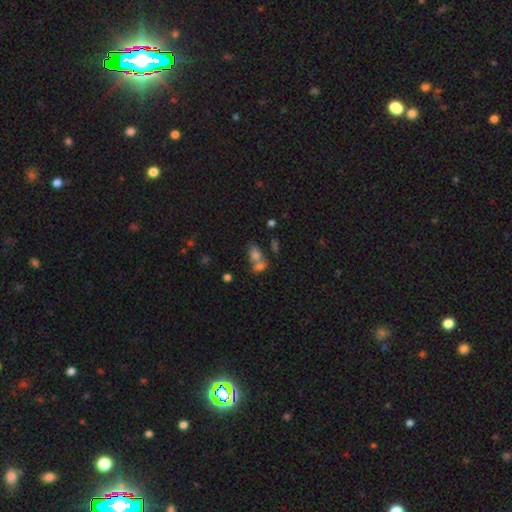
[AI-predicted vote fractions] A smooth galaxy with no disk features (68%) that is in between round and cigar-shaped (75%). Merging: merger (51%).